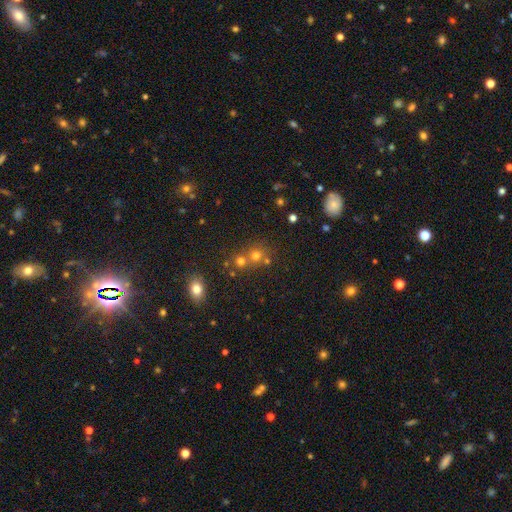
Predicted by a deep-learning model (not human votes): Q: Smooth or featured?
A: smooth (48%); runner-up: star or artifact (41%)
Q: Merging?
A: none (56%); runner-up: merger (33%)